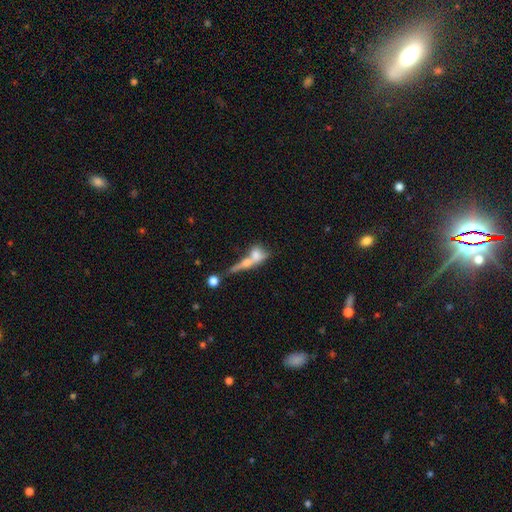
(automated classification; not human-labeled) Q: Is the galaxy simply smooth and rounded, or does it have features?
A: smooth — 54%.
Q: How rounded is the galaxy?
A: in between — 39%.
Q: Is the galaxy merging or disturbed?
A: merger — 55%.